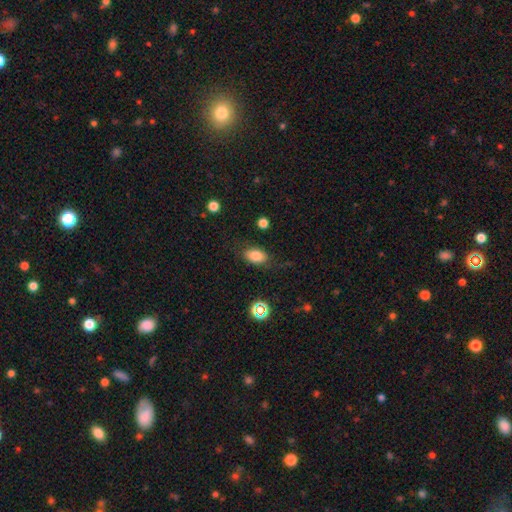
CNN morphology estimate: This is clearly a smooth galaxy (81%). How rounded: clearly in between (86%). Merging: likely none (80%).